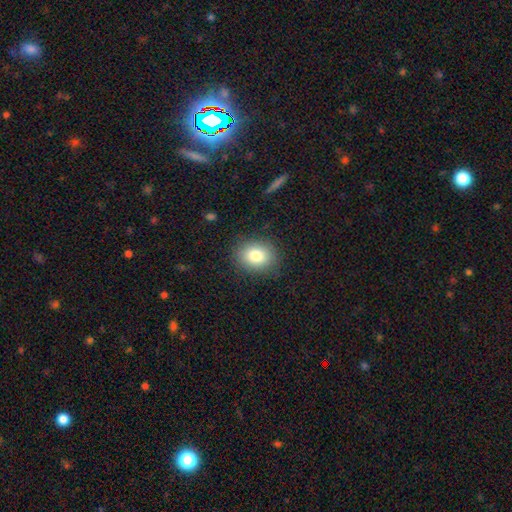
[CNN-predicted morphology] Smooth or featured? smooth (81%)
How rounded? round (50%)
Merging? none (86%)